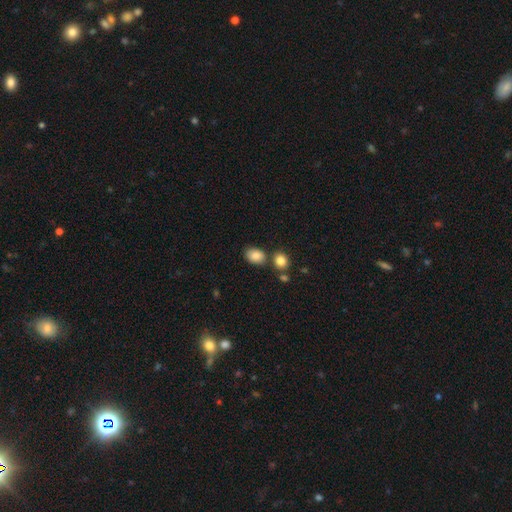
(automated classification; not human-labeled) A smooth galaxy with no disk features (85%) that is in between round and cigar-shaped (72%). Merging: none (70%).